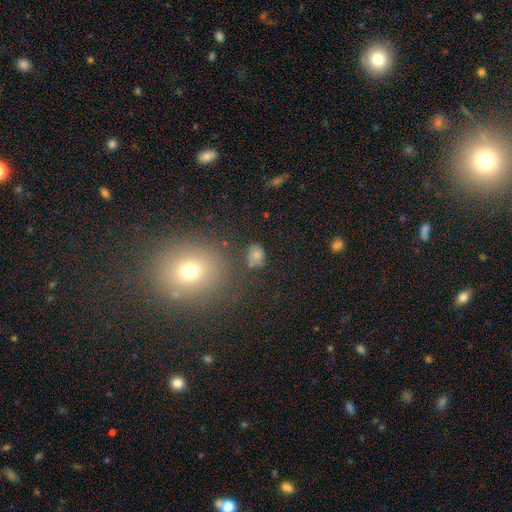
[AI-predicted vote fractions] This is likely a smooth galaxy (71%). How rounded: possibly round (51%). Merging: likely none (64%).